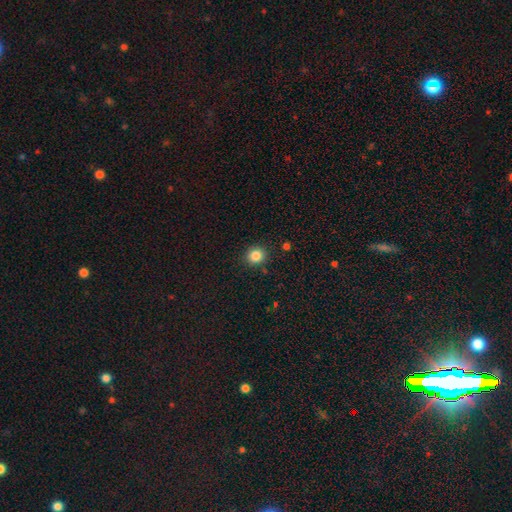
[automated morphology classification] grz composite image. It shows a smooth galaxy with no disk features (84%) that is round (85%). Merging: none (89%).